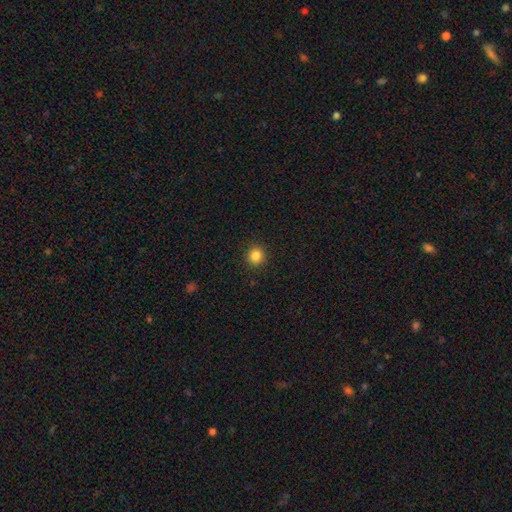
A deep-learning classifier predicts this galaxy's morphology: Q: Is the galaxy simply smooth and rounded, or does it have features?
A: smooth — 85%.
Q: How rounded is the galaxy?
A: round — 92%.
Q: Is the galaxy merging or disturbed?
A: none — 92%.